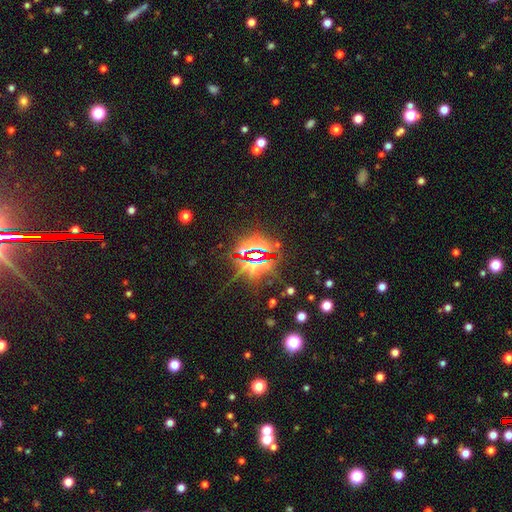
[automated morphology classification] This appears to be a star or artifact, not a galaxy (83%).